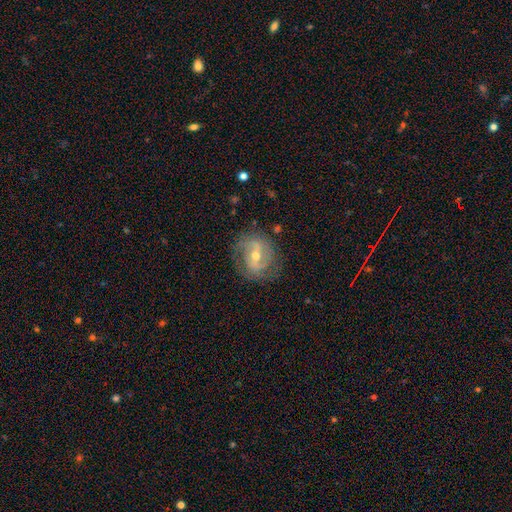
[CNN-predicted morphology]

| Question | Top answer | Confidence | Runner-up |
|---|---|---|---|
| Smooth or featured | featured or disk | 81% | smooth (13%) |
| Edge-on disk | no | 97% | yes (3%) |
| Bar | weak | 47% | strong (31%) |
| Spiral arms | yes | 89% | no (11%) |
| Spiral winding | medium | 46% | tight (33%) |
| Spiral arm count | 2 | 76% | can't tell (12%) |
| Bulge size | moderate | 59% | small (37%) |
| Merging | none | 76% | minor disturbance (16%) |